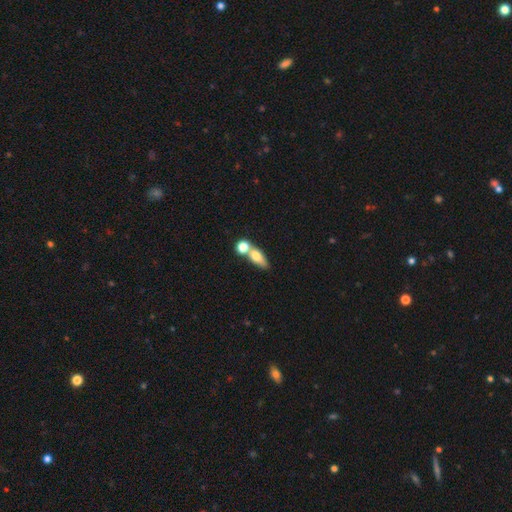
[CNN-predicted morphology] Smooth or featured? smooth (70%)
How rounded? in between (61%)
Merging? merger (51%)